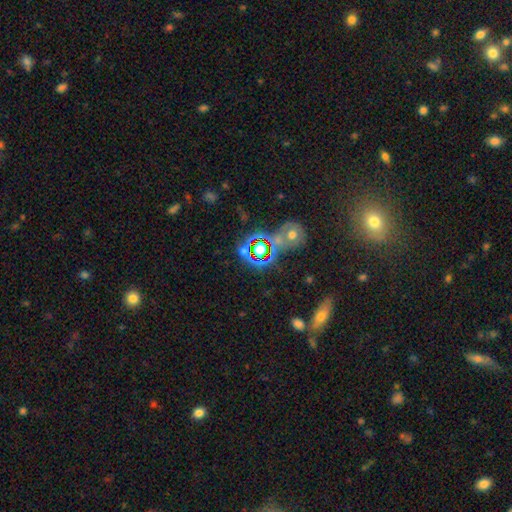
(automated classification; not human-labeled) The model was most divided on "smooth or featured": star or artifact: 55%, smooth: 28%, featured or disk: 16%.